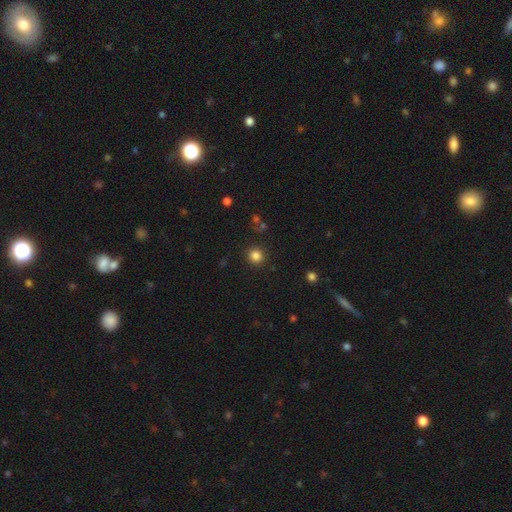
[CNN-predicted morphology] Q: Smooth or featured?
A: smooth (84%); runner-up: star or artifact (12%)
Q: How rounded?
A: round (91%); runner-up: in between (8%)
Q: Merging?
A: none (89%); runner-up: minor disturbance (6%)